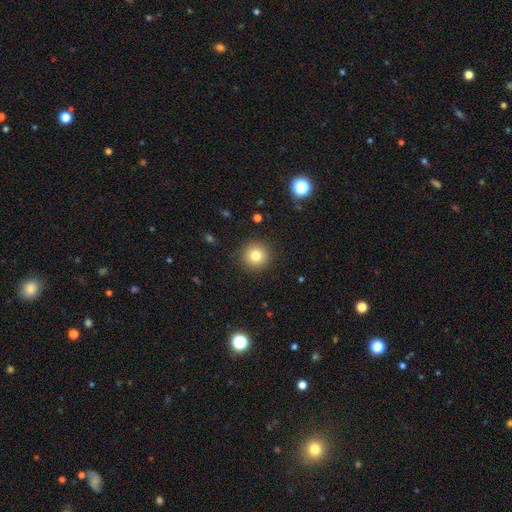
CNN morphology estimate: Smooth or featured: smooth — 79% (star or artifact — 12%)
How rounded: round — 95% (in between — 4%)
Merging: none — 91% (minor disturbance — 6%)